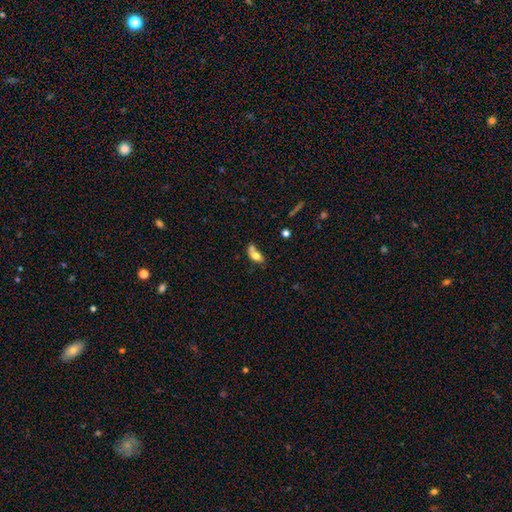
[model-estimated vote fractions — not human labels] smooth-or-featured: smooth: 70% | featured or disk: 21% | star or artifact: 10%
  how-rounded: in between: 79% | round: 12% | cigar-shaped: 9%
  merging: merger: 42% | none: 31% | minor disturbance: 17% | major disturbance: 11%